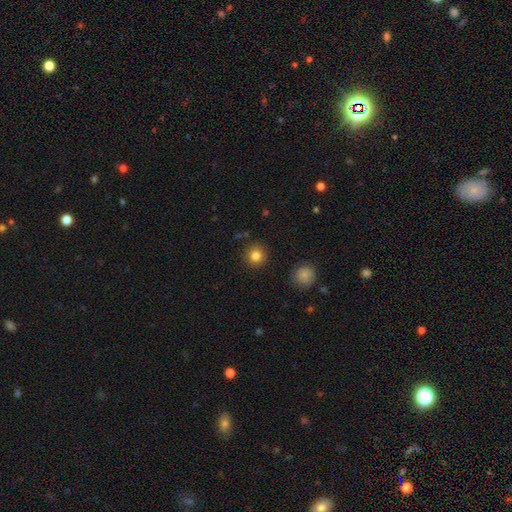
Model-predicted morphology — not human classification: The model was most divided on "smooth or featured": smooth: 83%, star or artifact: 11%, featured or disk: 6%. More confident: how rounded — round (94%); merging — none (90%).